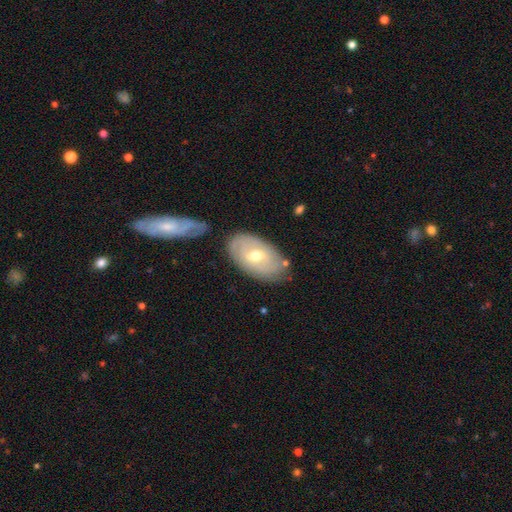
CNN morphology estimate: Overall: featured or disk (53%; smooth 41%). Edge-on disk: no (89%). Merging: none (73%).